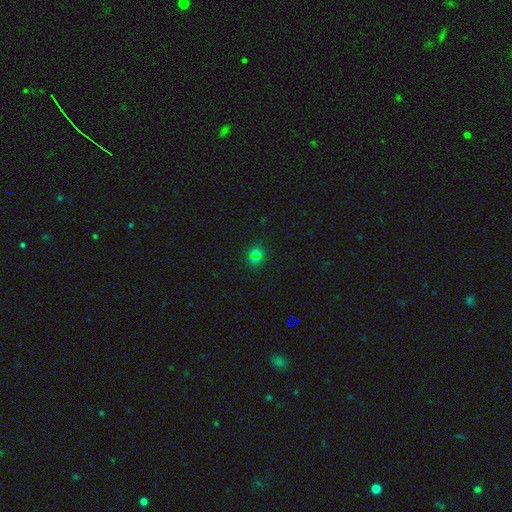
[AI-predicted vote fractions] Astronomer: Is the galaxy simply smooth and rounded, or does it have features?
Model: smooth — 55% (runner-up: star or artifact, 37%).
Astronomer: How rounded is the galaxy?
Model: round — 86%.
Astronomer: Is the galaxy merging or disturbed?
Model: none — 85%.